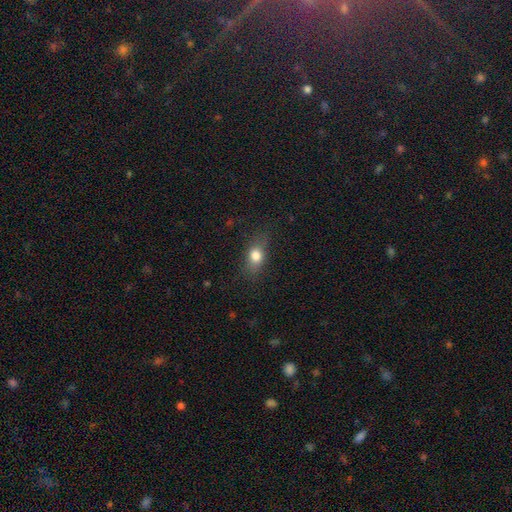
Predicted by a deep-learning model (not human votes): Smooth or featured?
  - smooth: 78% *
  - featured or disk: 11%
  - star or artifact: 10%
How rounded?
  - in between: 65% *
  - round: 28%
  - cigar-shaped: 7%
Merging?
  - none: 76% *
  - minor disturbance: 16%
  - major disturbance: 6%
  - merger: 1%